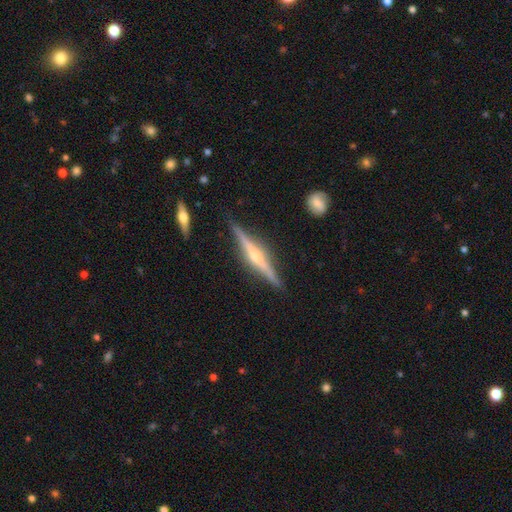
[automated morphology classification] smooth-or-featured: featured or disk: 82% | smooth: 12% | star or artifact: 5%
  disk-edge-on: yes: 98% | no: 2%
    edge-on-bulge: rounded: 88% | boxy: 6% | none: 6%
  merging: none: 89% | minor disturbance: 8% | major disturbance: 2% | merger: 1%